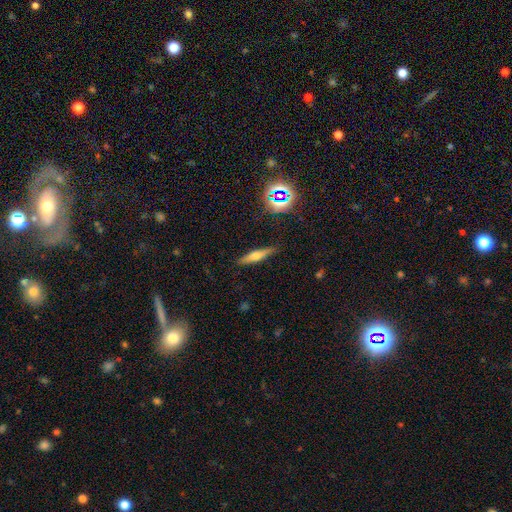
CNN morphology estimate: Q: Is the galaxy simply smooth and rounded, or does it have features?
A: smooth — 45%.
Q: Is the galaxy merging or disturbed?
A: none — 86%.